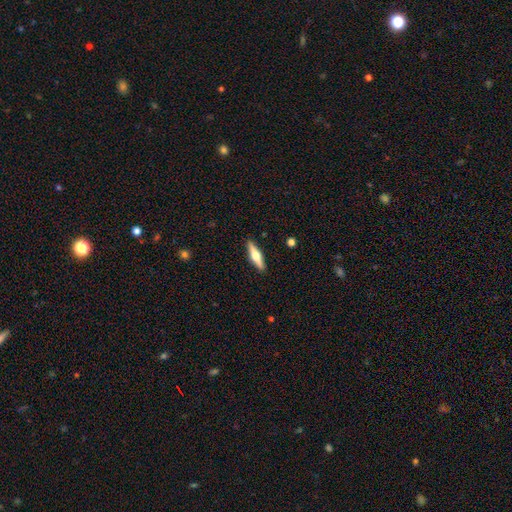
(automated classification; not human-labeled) Morphology: type=featured or disk (57%); edge-on=yes (96%); edge-on bulge=rounded (95%); merging=none (91%).